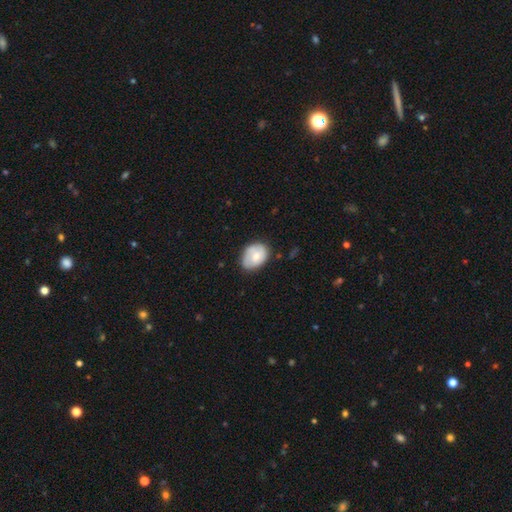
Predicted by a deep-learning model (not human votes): A smooth galaxy with no disk features (65%) that is in between round and cigar-shaped (68%). Merging: none (69%).